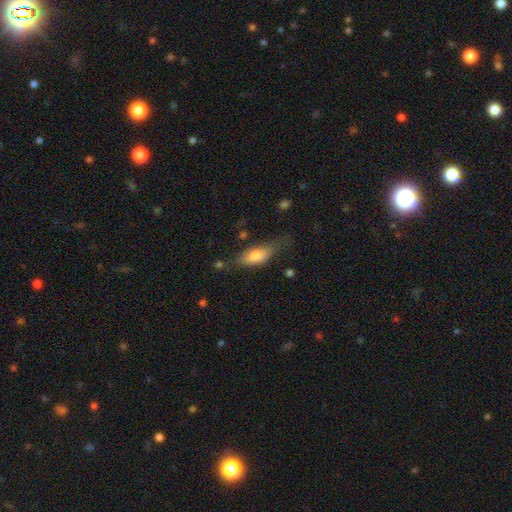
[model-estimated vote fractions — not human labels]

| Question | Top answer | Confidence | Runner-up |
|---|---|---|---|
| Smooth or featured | smooth | 72% | featured or disk (21%) |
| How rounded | in between | 71% | cigar-shaped (26%) |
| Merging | none | 55% | minor disturbance (30%) |